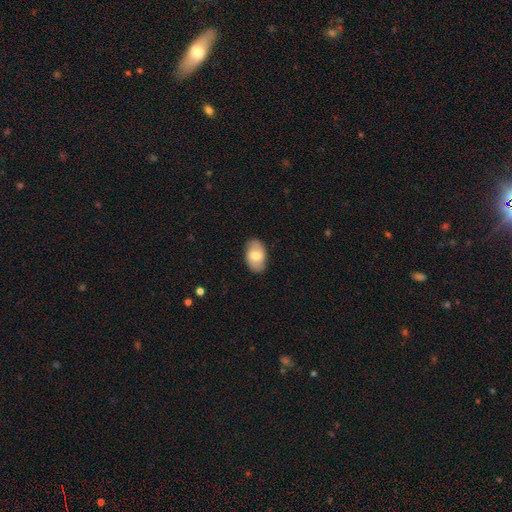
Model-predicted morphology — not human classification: Q: Smooth or featured?
A: smooth (63%); runner-up: featured or disk (31%)
Q: How rounded?
A: in between (91%); runner-up: round (8%)
Q: Merging?
A: none (85%); runner-up: minor disturbance (11%)